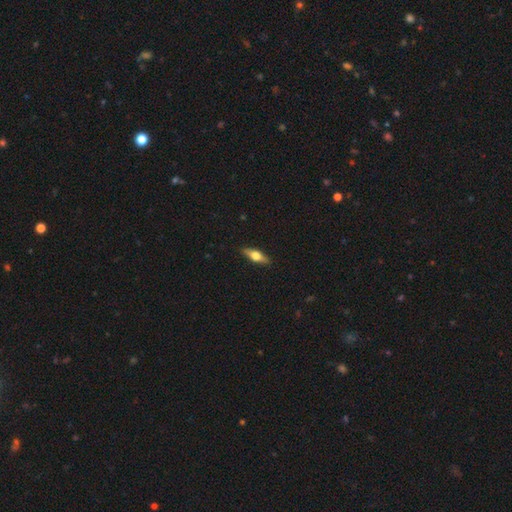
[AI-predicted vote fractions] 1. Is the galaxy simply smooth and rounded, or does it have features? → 51% featured or disk, 43% smooth, 6% star or artifact.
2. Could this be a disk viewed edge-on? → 91% yes, 9% no.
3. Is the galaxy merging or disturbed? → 89% none, 8% minor disturbance, 2% major disturbance, 1% merger.